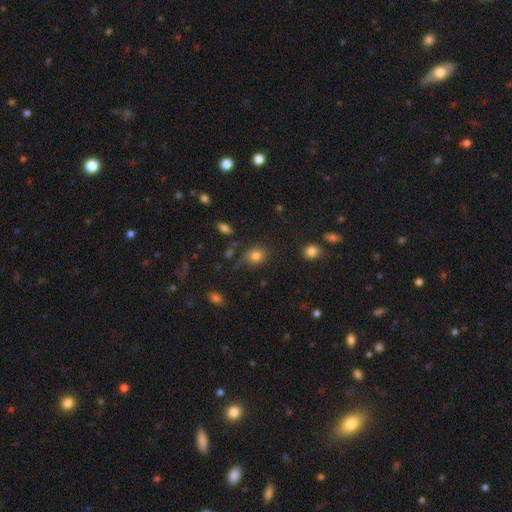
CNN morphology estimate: A smooth galaxy with no disk features (80%) that is round (59%). Merging: none (70%).